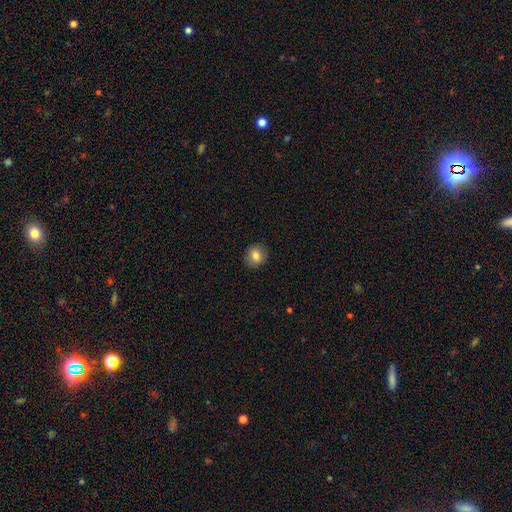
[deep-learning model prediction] The model was most divided on "how rounded": round: 75%, in between: 24%, cigar-shaped: 1%. More confident: merging — none (89%); smooth or featured — smooth (79%).